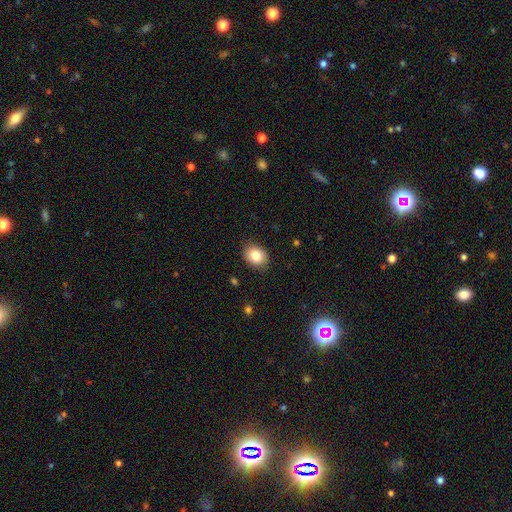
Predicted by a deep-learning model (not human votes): Smooth or featured?
  - smooth: 84% *
  - star or artifact: 9%
  - featured or disk: 7%
How rounded?
  - in between: 57% *
  - round: 42%
  - cigar-shaped: 1%
Merging?
  - none: 87% *
  - minor disturbance: 10%
  - major disturbance: 2%
  - merger: 1%